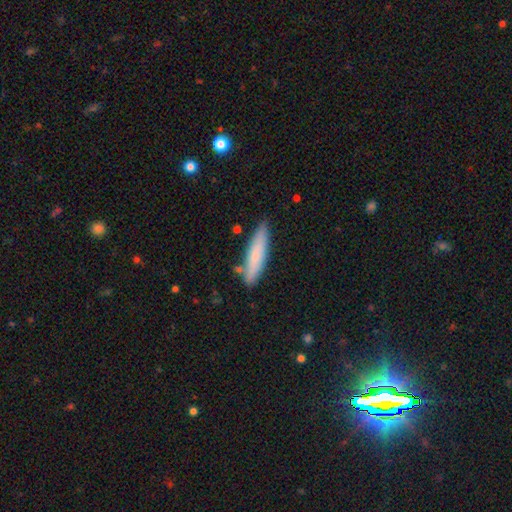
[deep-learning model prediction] smooth 71%, featured or disk 23%, star or artifact 6%. Down the decision tree: how rounded — cigar-shaped (79%); merging — none (79%).